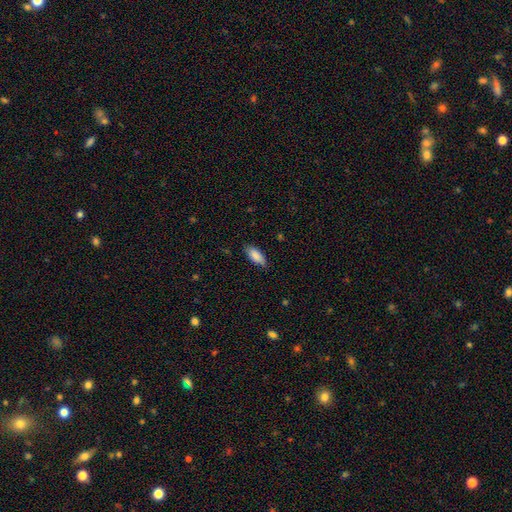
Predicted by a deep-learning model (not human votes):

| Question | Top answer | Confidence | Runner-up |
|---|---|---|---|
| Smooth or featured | smooth | 87% | featured or disk (6%) |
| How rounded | in between | 82% | cigar-shaped (17%) |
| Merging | none | 82% | minor disturbance (15%) |